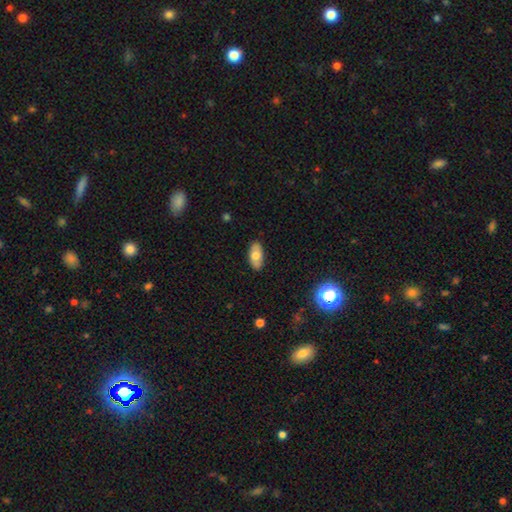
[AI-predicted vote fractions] Overall: smooth (67%). How rounded: in between (91%). Merging: none (86%).